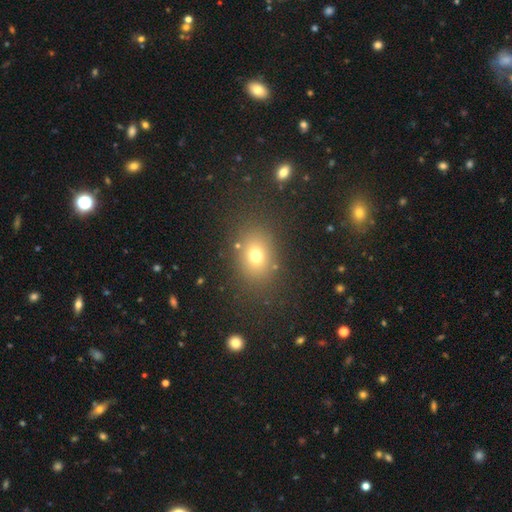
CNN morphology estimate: Smooth or featured? smooth (71%)
How rounded? in between (59%)
Merging? none (82%)